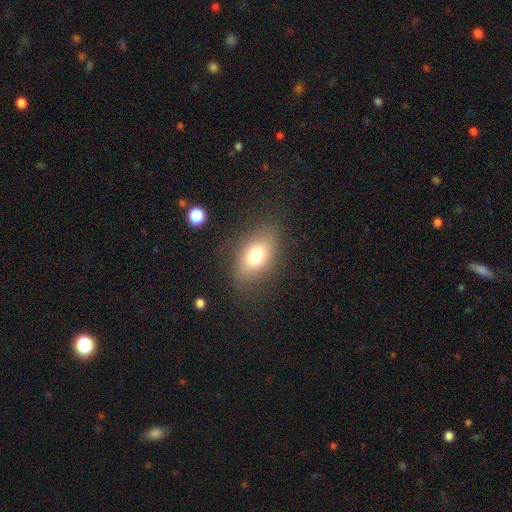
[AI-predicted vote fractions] The model was most divided on "smooth or featured": smooth: 73%, featured or disk: 16%, star or artifact: 11%. More confident: how rounded — in between (84%); merging — none (79%).